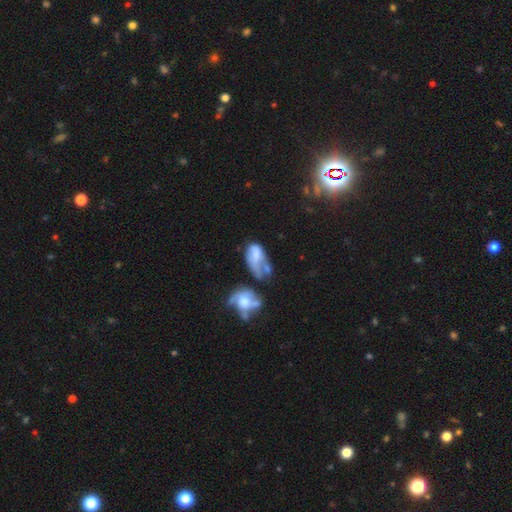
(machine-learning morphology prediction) Smooth or featured: smooth — 55% (featured or disk — 35%)
How rounded: in between — 88% (round — 8%)
Merging: major disturbance — 32% (merger — 31%)